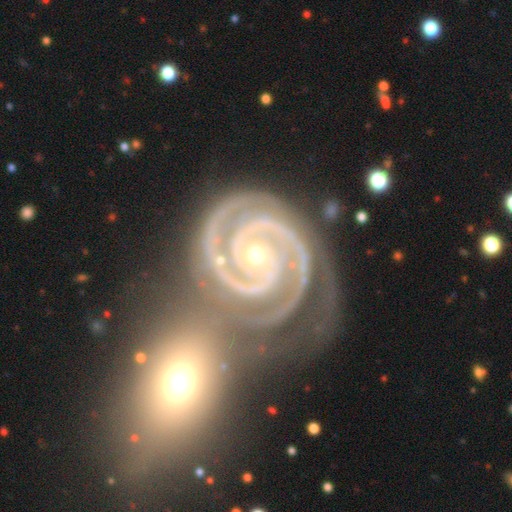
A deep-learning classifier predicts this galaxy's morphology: featured or disk 94%, star or artifact 4%, smooth 2%. Down the decision tree: edge-on disk — no (98%); bar — no (63%); spiral arms — yes (99%); spiral arm count — 2 (70%); spiral winding — tight (85%); bulge size — small (76%); merging — none (56%).